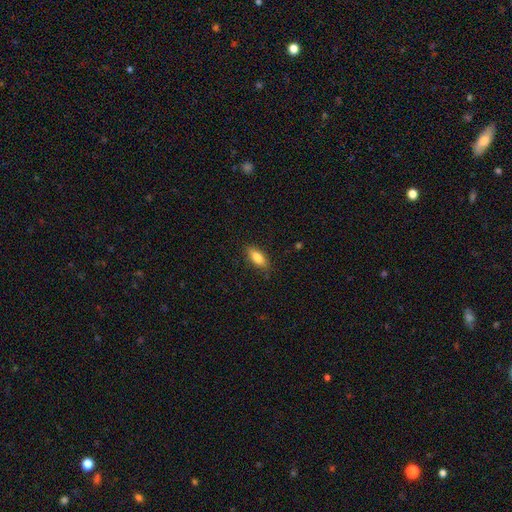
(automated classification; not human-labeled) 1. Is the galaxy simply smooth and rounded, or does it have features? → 82% smooth, 11% featured or disk, 7% star or artifact.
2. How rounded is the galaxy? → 81% in between, 17% cigar-shaped, 3% round.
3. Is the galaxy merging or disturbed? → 85% none, 12% minor disturbance, 2% major disturbance, 1% merger.